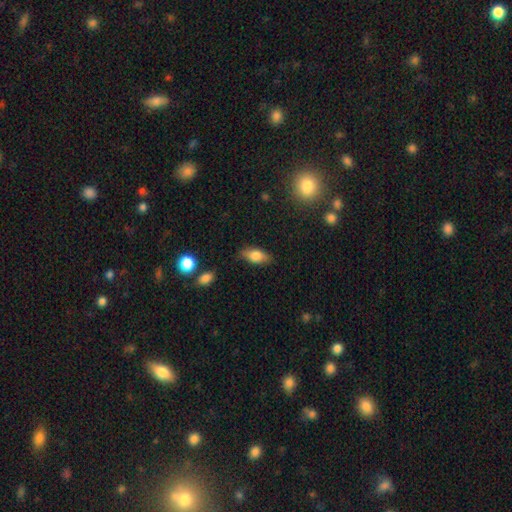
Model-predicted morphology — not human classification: smooth-or-featured: smooth: 74% | featured or disk: 18% | star or artifact: 8%
  how-rounded: in between: 84% | cigar-shaped: 10% | round: 6%
  merging: none: 80% | minor disturbance: 15% | major disturbance: 3% | merger: 2%